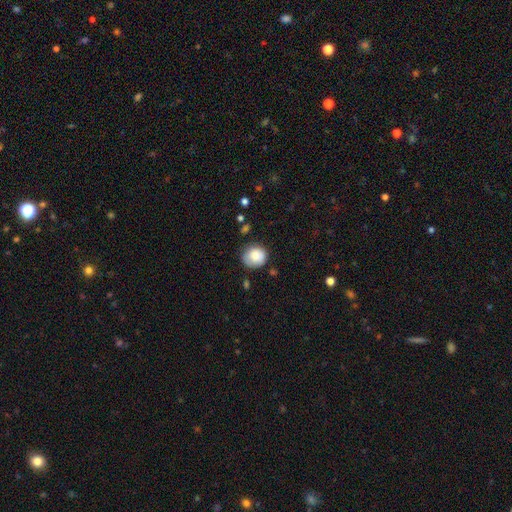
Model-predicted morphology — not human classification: type=smooth (78%); roundness=round (84%); merging=none (67%).